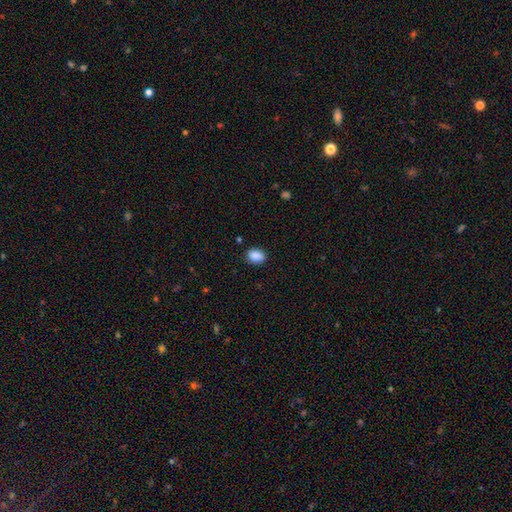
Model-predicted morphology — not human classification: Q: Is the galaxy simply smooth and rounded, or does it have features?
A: smooth — 89%.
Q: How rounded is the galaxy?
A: in between — 68%.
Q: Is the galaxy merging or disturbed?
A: none — 84%.